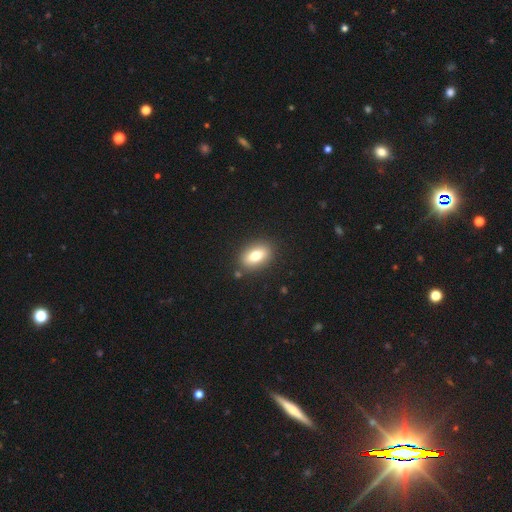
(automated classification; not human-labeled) Smooth or featured? Predicted: smooth (p=0.74). How rounded? Predicted: in between (p=0.84). Merging? Predicted: none (p=0.86).